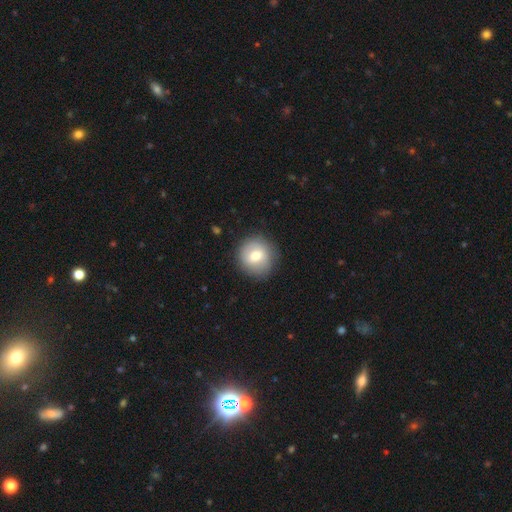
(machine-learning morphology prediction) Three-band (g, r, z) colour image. It shows a smooth galaxy with no disk features (71%) that is round (92%). Merging: none (86%).